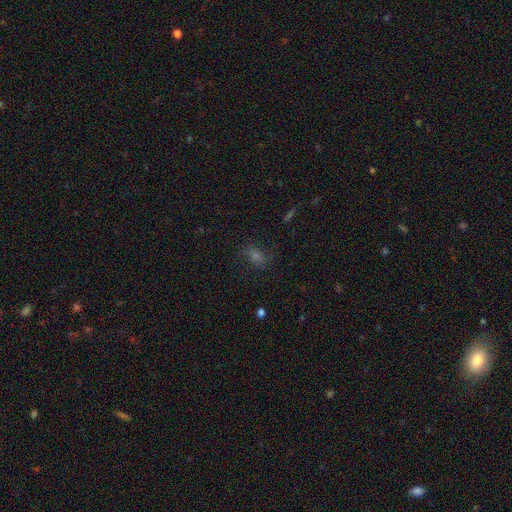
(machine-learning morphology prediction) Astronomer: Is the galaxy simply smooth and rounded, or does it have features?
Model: smooth — 51% (runner-up: star or artifact, 31%).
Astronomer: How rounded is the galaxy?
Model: in between — 76%.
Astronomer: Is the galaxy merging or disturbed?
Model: none — 74%.